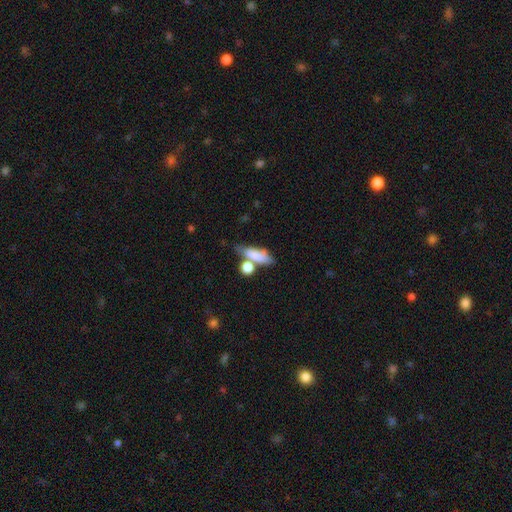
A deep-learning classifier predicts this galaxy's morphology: Smooth or featured? smooth (76%)
How rounded? in between (60%)
Merging? none (42%)